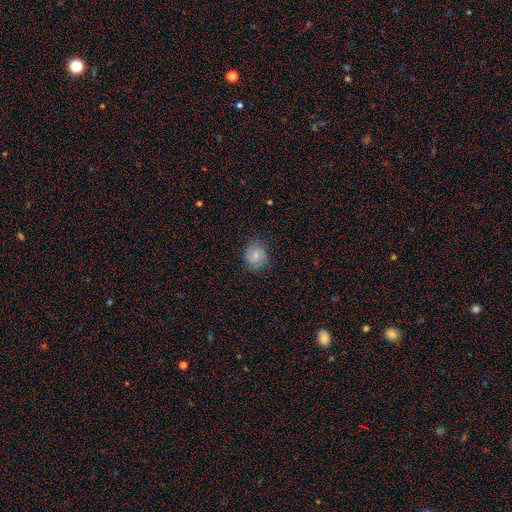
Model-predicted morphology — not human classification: Smooth or featured?
  - smooth: 61% *
  - featured or disk: 30%
  - star or artifact: 8%
How rounded?
  - round: 70% *
  - in between: 29%
  - cigar-shaped: 1%
Merging?
  - none: 77% *
  - minor disturbance: 17%
  - major disturbance: 5%
  - merger: 1%